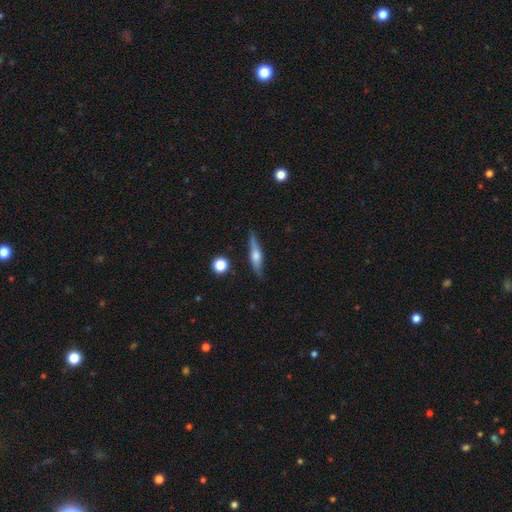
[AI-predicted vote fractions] A featured or disk galaxy (61%) viewed edge-on (95%) with a rounded central bulge (87%).

Vote fractions:
- Smooth or featured? featured or disk: 61% / smooth: 33% / star or artifact: 7%
- Edge-on disk? yes: 95% / no: 5%
- Edge-on bulge? rounded: 87% / boxy: 9% / none: 4%
- Merging? none: 84% / minor disturbance: 12% / major disturbance: 2% / merger: 2%